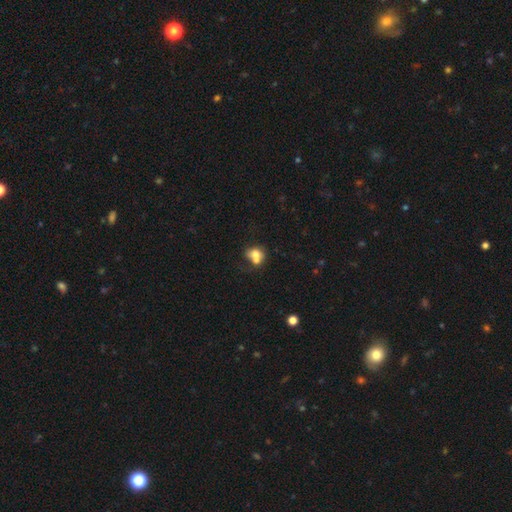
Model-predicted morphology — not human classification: smooth-or-featured: smooth: 68% | featured or disk: 21% | star or artifact: 11%
  how-rounded: in between: 49% (tied) | round: 49% (tied) | cigar-shaped: 1%
  merging: merger: 50% | none: 28% | minor disturbance: 13% | major disturbance: 9%